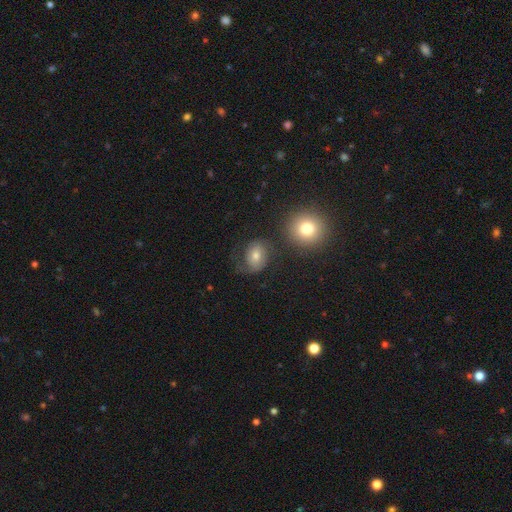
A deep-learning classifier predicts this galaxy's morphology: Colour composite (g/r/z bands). It shows a smooth galaxy with no disk features (51%) that is round (54%). Merging: none (52%).